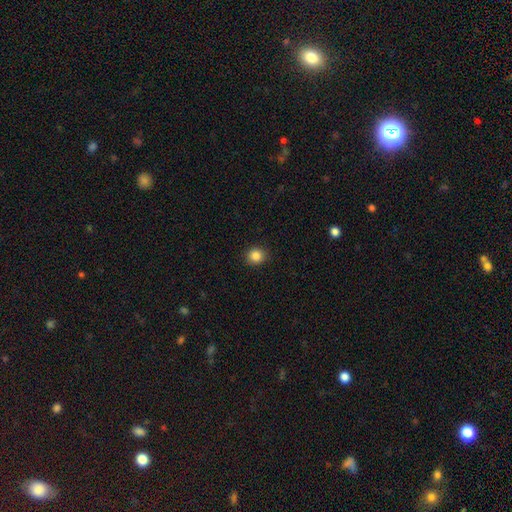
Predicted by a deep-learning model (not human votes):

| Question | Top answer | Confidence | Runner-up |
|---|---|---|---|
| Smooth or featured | smooth | 86% | star or artifact (11%) |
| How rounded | round | 85% | in between (14%) |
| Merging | none | 91% | minor disturbance (6%) |